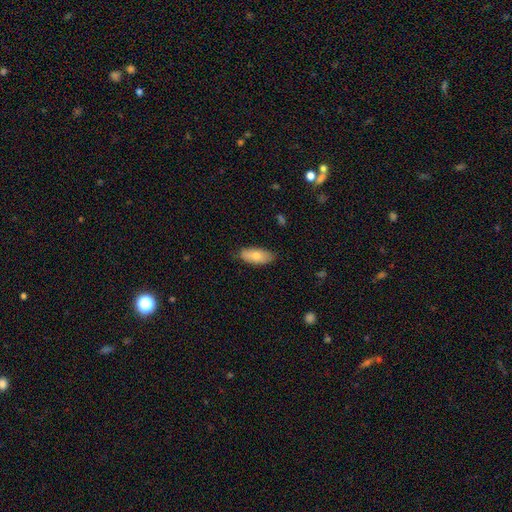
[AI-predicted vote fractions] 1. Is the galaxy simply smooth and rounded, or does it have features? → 76% smooth, 18% featured or disk, 6% star or artifact.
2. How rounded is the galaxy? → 86% in between, 12% cigar-shaped, 2% round.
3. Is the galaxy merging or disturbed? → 82% none, 15% minor disturbance, 2% major disturbance, 1% merger.